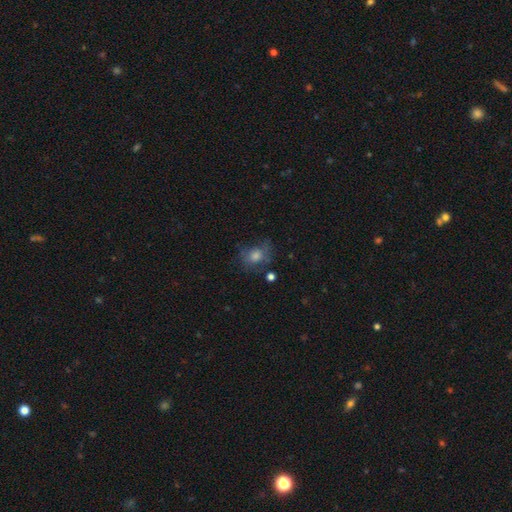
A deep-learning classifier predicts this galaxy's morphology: A smooth galaxy with no disk features (59%) that is round (53%).

Vote fractions:
- Smooth or featured? smooth: 59% / featured or disk: 24% / star or artifact: 17%
- How rounded? round: 53% / in between: 45% / cigar-shaped: 1%
- Merging? none: 56% / minor disturbance: 24% / major disturbance: 15% / merger: 4%